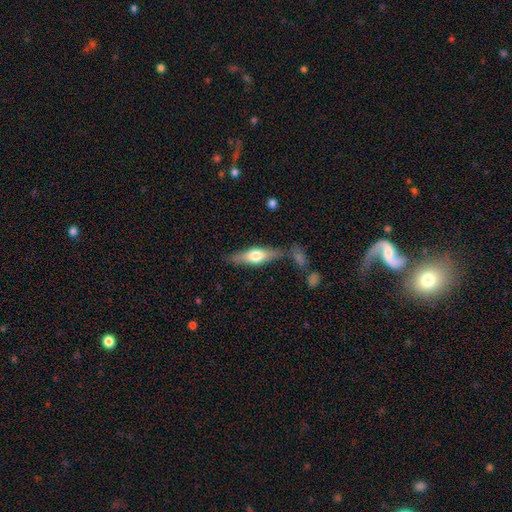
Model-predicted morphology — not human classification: type=smooth (47%, tied with featured or disk); merging=none (71%).